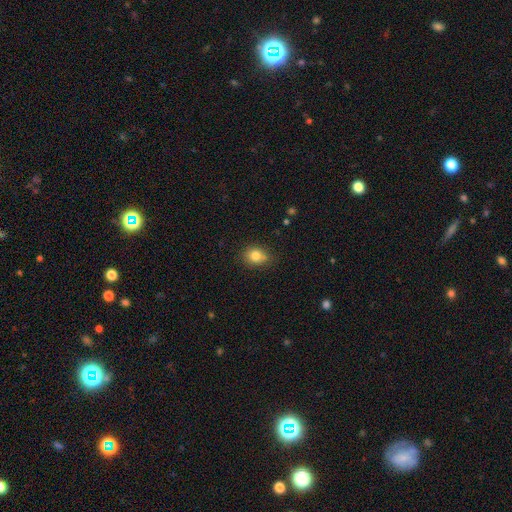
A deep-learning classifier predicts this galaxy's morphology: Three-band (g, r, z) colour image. It shows a smooth galaxy with no disk features (81%) that is round (54%). Merging: none (72%).